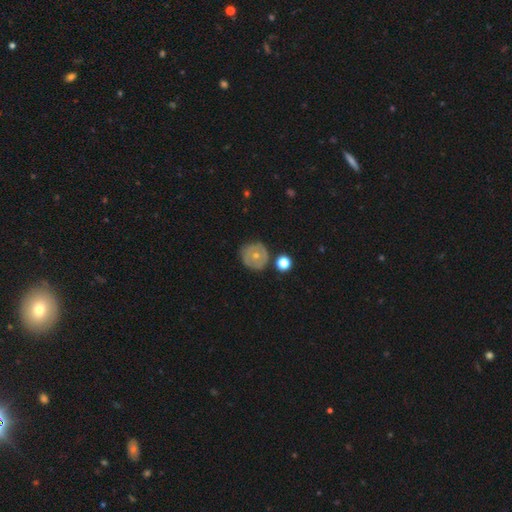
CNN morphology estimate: Smooth or featured? Predicted: smooth (p=0.47). Merging? Predicted: none (p=0.77).